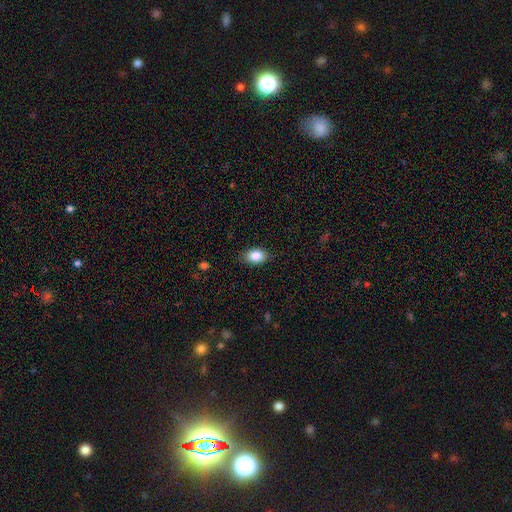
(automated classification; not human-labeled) Smooth or featured? smooth (86%)
How rounded? in between (83%)
Merging? none (85%)